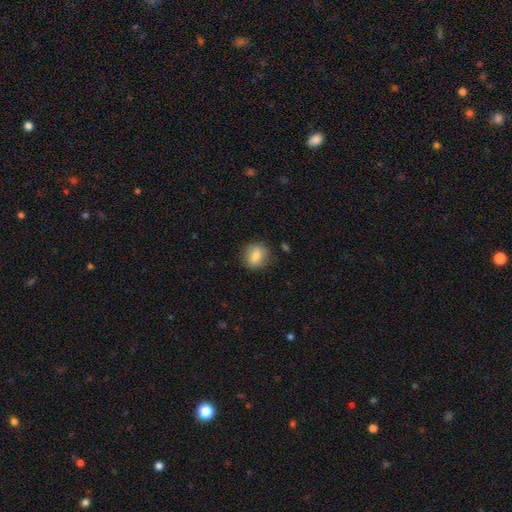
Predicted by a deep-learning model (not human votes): Q: Smooth or featured?
A: smooth (79%); runner-up: featured or disk (13%)
Q: How rounded?
A: round (72%); runner-up: in between (26%)
Q: Merging?
A: none (82%); runner-up: minor disturbance (13%)